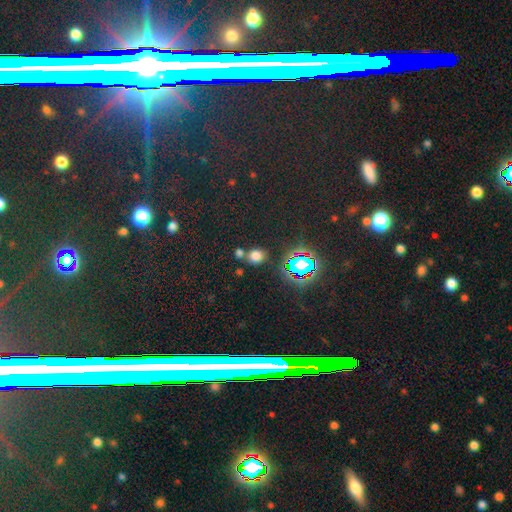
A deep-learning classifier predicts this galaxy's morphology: Smooth or featured?
  - smooth: 69% *
  - star or artifact: 25%
  - featured or disk: 6%
How rounded?
  - round: 69% *
  - in between: 30%
  - cigar-shaped: 1%
Merging?
  - none: 70% *
  - merger: 18%
  - minor disturbance: 8%
  - major disturbance: 3%